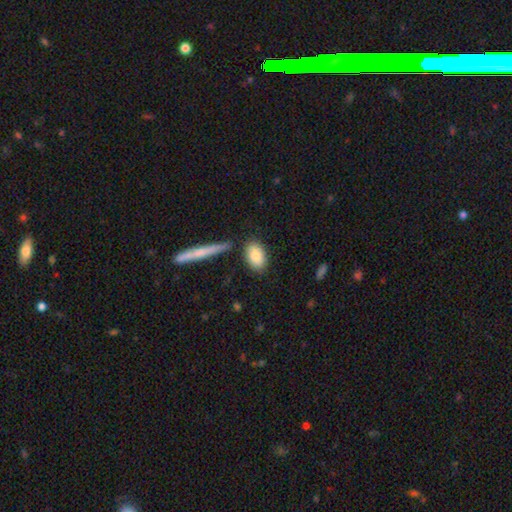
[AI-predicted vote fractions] Smooth or featured: smooth — 85% (featured or disk — 9%)
How rounded: in between — 88% (round — 7%)
Merging: none — 78% (minor disturbance — 12%)